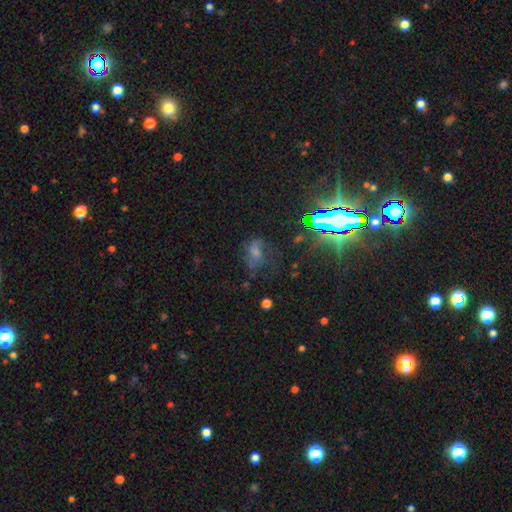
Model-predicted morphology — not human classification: A star or artifact, not a galaxy (44%).